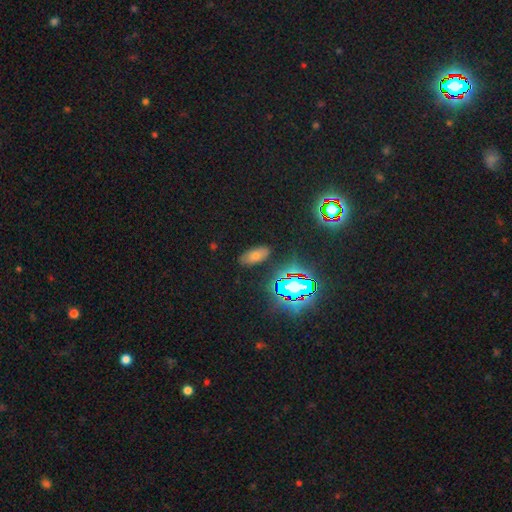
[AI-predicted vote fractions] Smooth or featured: smooth — 47% (star or artifact — 38%)
Merging: none — 85% (minor disturbance — 10%)